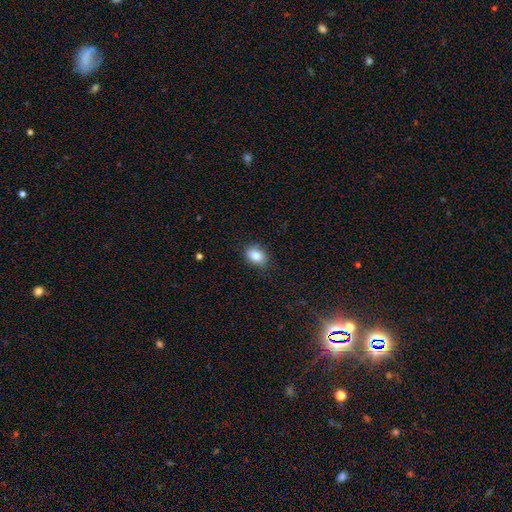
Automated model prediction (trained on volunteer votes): smooth-or-featured: smooth: 85% | star or artifact: 9% | featured or disk: 7%
  how-rounded: in between: 79% | round: 19% | cigar-shaped: 1%
  merging: none: 83% | minor disturbance: 13% | major disturbance: 3% | merger: 1%